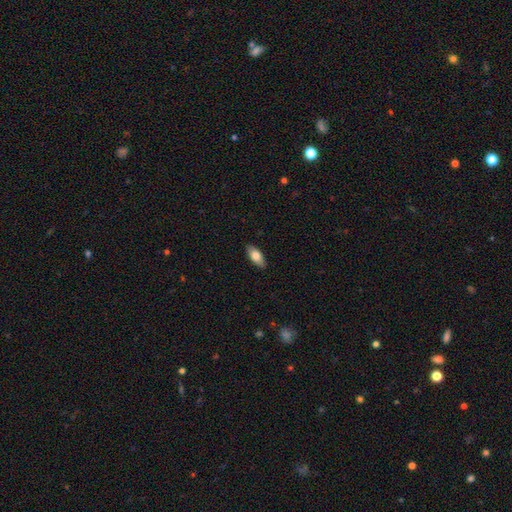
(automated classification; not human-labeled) smooth 78%, featured or disk 15%, star or artifact 6%. Down the decision tree: how rounded — in between (86%); merging — none (88%).